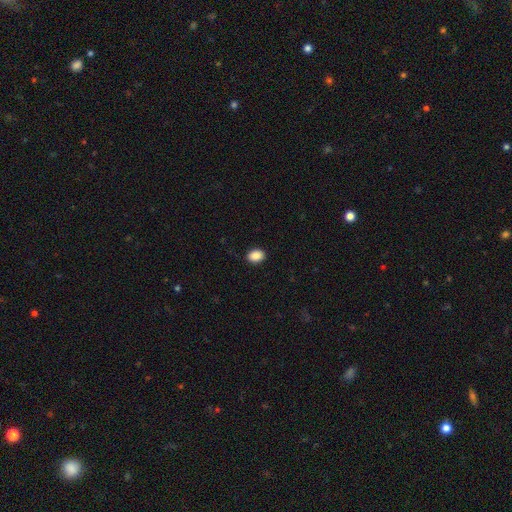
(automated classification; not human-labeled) smooth_or_featured: smooth (p=0.89) [alt: star or artifact p=0.08]
how_rounded: in between (p=0.74) [alt: round p=0.25]
merging: none (p=0.89) [alt: minor disturbance p=0.08]